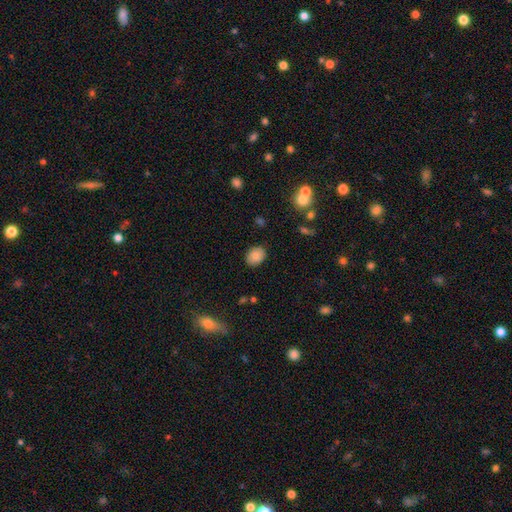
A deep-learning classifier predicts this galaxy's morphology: Smooth or featured? smooth (85%)
How rounded? in between (55%)
Merging? none (87%)